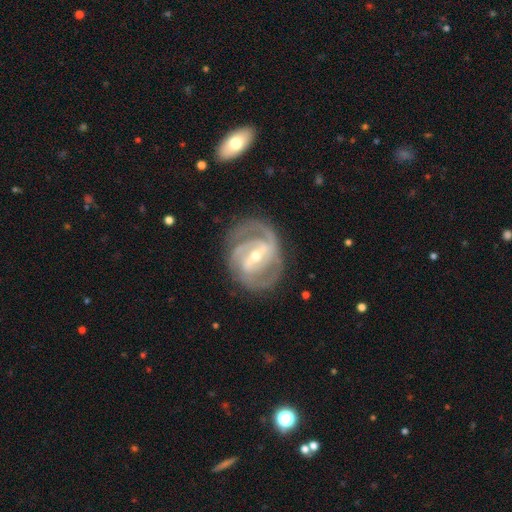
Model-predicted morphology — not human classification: Smooth or featured: featured or disk — 91% (smooth — 5%)
Edge-on disk: no — 97% (yes — 3%)
Bar: strong — 62% (weak — 30%)
Spiral arms: yes — 96% (no — 4%)
Spiral winding: tight — 48% (medium — 43%)
Spiral arm count: 2 — 49% (3 — 27%)
Bulge size: small — 54% (moderate — 43%)
Merging: none — 75% (minor disturbance — 15%)